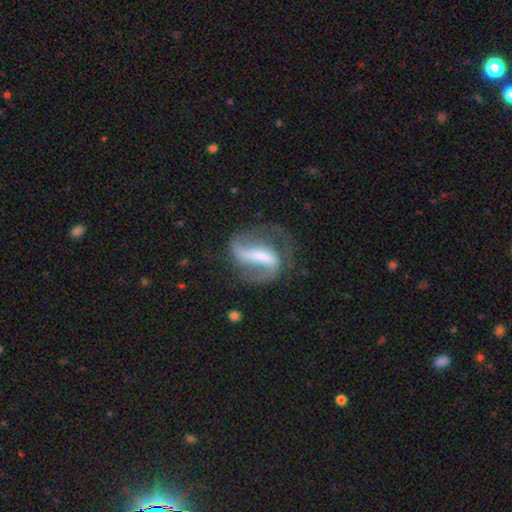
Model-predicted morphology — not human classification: smooth-or-featured: featured or disk: 82% | smooth: 11% | star or artifact: 7%
  disk-edge-on: no: 93% | yes: 7%
    bar: strong: 67% | weak: 23% | no: 9%
    has-spiral-arms: yes: 91% | no: 9%
      spiral-winding: medium: 44% | loose: 40% | tight: 17%
      spiral-arm-count: 2: 83% | 1: 8% | can't tell: 5% | 3: 1% | 4: 1% | more than 4: 1%
    bulge-size: small: 34% | moderate: 29% | none: 24% | large: 10% | dominant: 2%
  merging: none: 59% | major disturbance: 20% | minor disturbance: 19% | merger: 3%